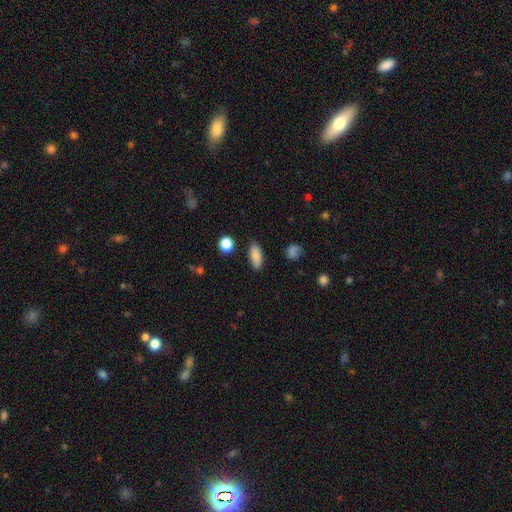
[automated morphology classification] type=smooth (86%); roundness=in between (80%); merging=none (86%).